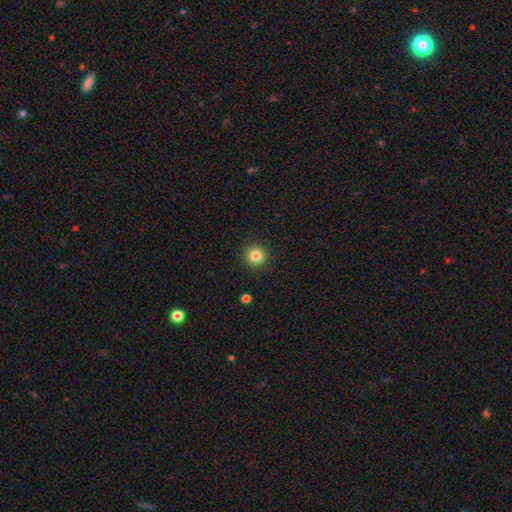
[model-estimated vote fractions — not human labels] A smooth galaxy with no disk features (84%) that is round (94%).

Vote fractions:
- Smooth or featured? smooth: 84% / star or artifact: 11% / featured or disk: 5%
- How rounded? round: 94% / in between: 5% / cigar-shaped: 1%
- Merging? none: 92% / minor disturbance: 5% / major disturbance: 2% / merger: 1%